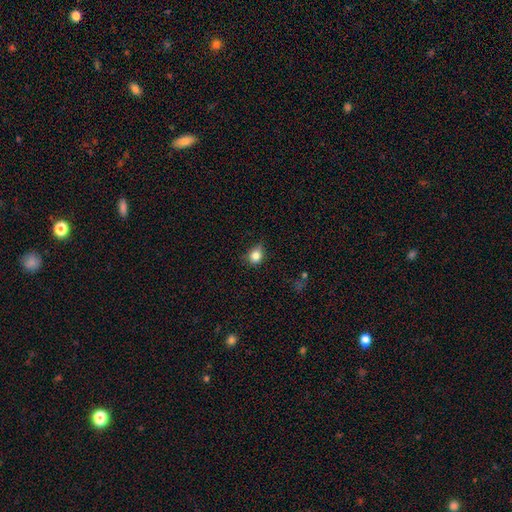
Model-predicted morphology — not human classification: Q: Smooth or featured?
A: smooth (81%); runner-up: star or artifact (11%)
Q: How rounded?
A: round (62%); runner-up: in between (37%)
Q: Merging?
A: none (54%); runner-up: minor disturbance (34%)